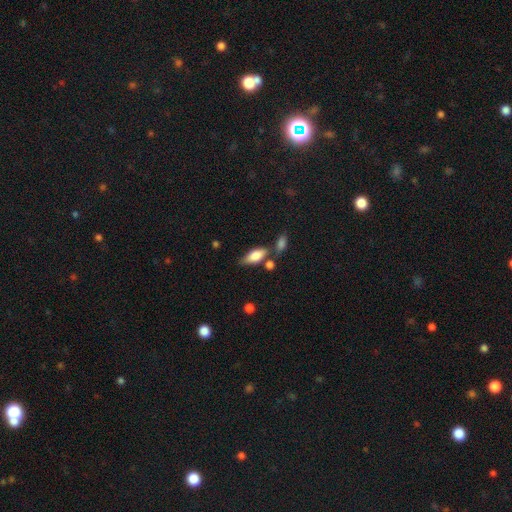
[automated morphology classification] Smooth or featured: smooth — 74% (featured or disk — 19%)
How rounded: in between — 82% (cigar-shaped — 15%)
Merging: none — 61% (merger — 18%)